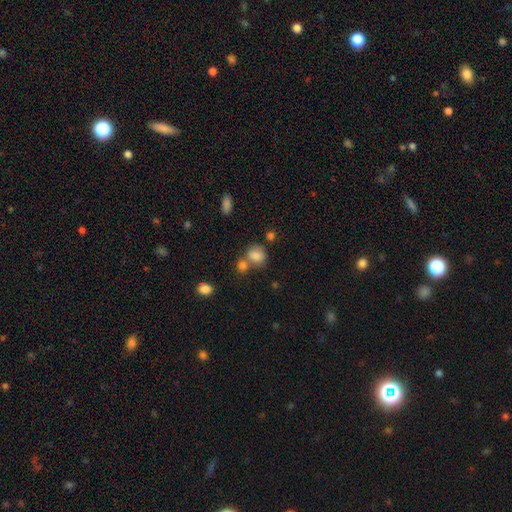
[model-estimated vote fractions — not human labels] smooth 82%, star or artifact 10%, featured or disk 7%. Down the decision tree: how rounded — round (57%); merging — none (47%).